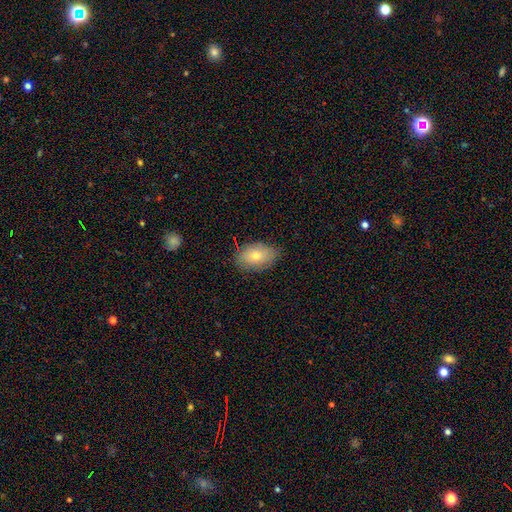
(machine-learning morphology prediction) Smooth or featured? smooth (73%)
How rounded? in between (88%)
Merging? none (79%)